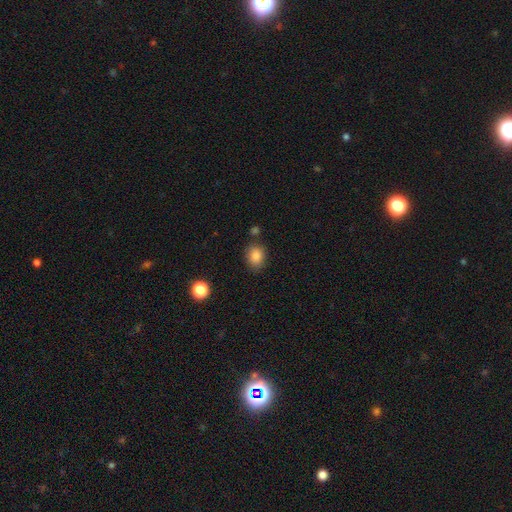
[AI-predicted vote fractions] smooth-or-featured: smooth: 85% | star or artifact: 10% | featured or disk: 5%
  how-rounded: in between: 56% | round: 43% | cigar-shaped: 1%
  merging: none: 75% | minor disturbance: 16% | merger: 5% | major disturbance: 4%